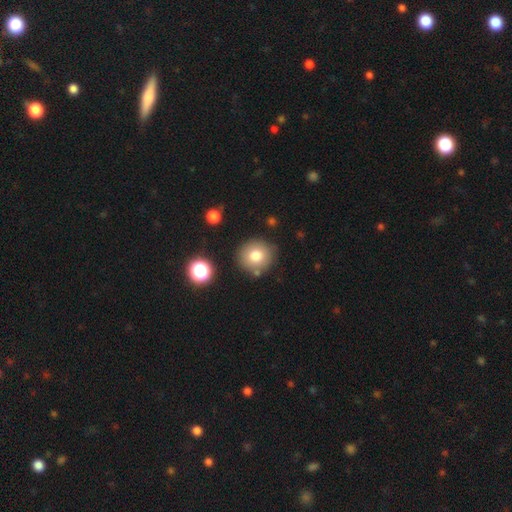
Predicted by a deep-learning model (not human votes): Smooth or featured? smooth (76%)
How rounded? round (90%)
Merging? none (83%)